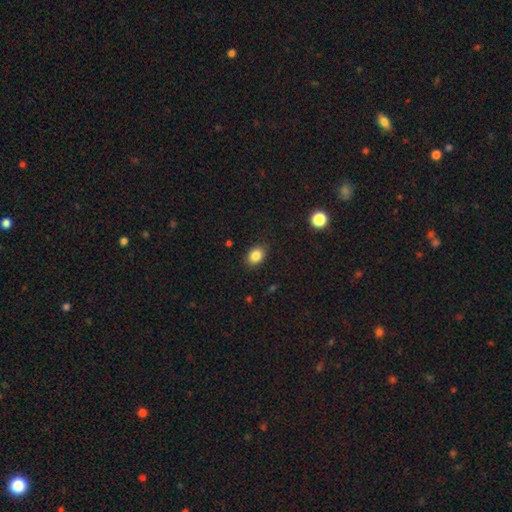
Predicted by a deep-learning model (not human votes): smooth_or_featured: smooth (p=0.84) [alt: star or artifact p=0.10]
how_rounded: in between (p=0.65) [alt: round p=0.34]
merging: none (p=0.86) [alt: minor disturbance p=0.11]